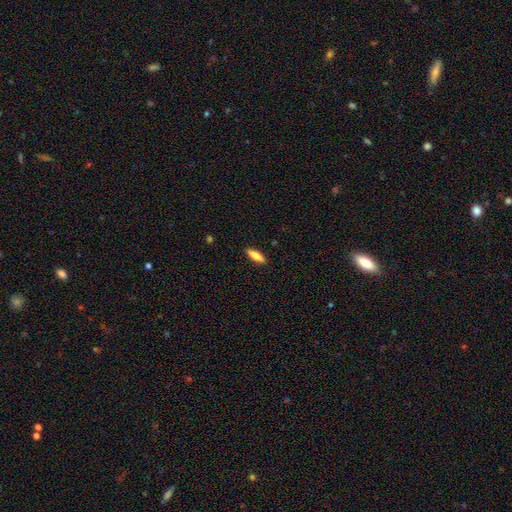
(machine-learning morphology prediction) smooth 82%, featured or disk 12%, star or artifact 6%. Down the decision tree: how rounded — in between (57%); merging — none (89%).